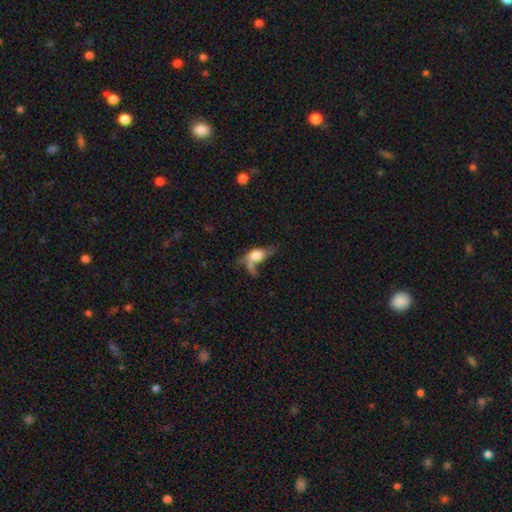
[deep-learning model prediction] Overall: smooth (59%; featured or disk 31%). How rounded: in between (75%). Merging: major disturbance (29%; merger 28%).